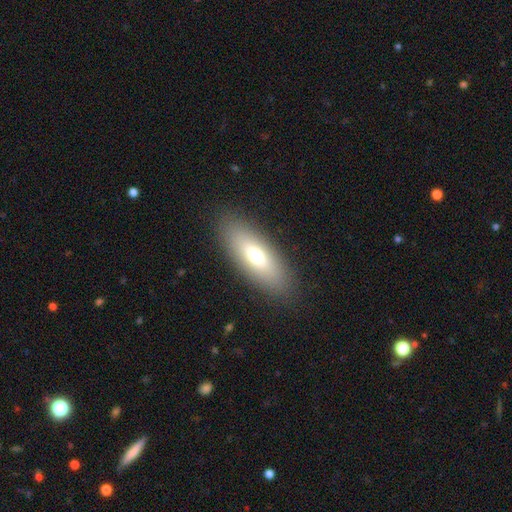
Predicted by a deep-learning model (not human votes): Q: Smooth or featured?
A: smooth (67%); runner-up: featured or disk (25%)
Q: How rounded?
A: in between (70%); runner-up: cigar-shaped (27%)
Q: Merging?
A: none (88%); runner-up: minor disturbance (8%)